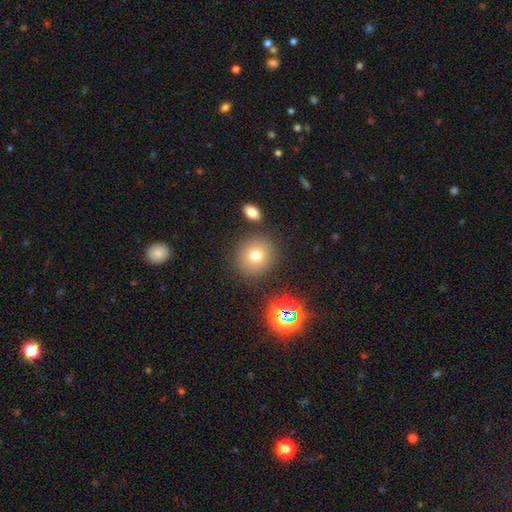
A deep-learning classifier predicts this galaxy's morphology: The model was most divided on "smooth or featured": smooth: 74%, star or artifact: 15%, featured or disk: 11%. More confident: how rounded — round (87%); merging — none (83%).